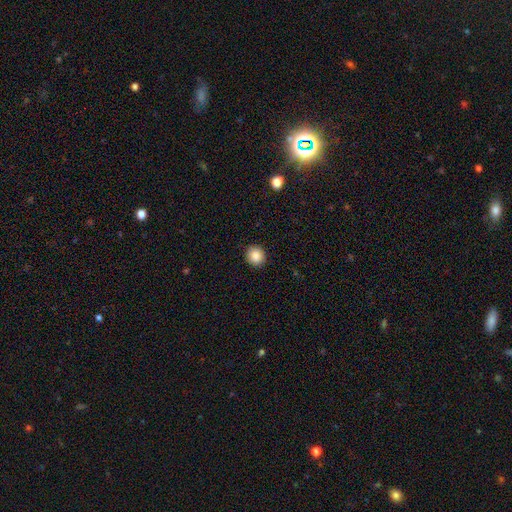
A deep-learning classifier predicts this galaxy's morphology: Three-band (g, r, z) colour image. It shows a smooth galaxy with no disk features (88%) that is round (87%). Merging: none (91%).